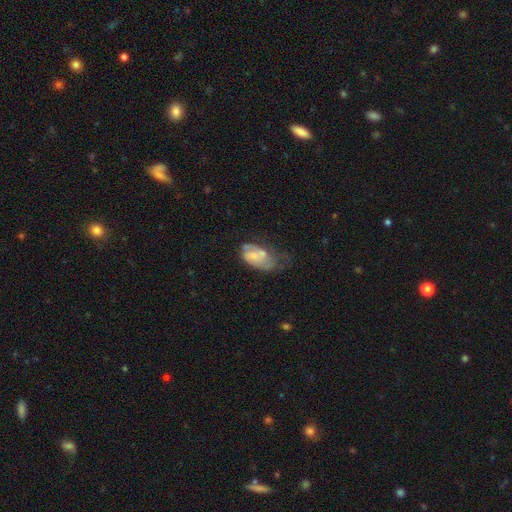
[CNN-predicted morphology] Smooth or featured? Predicted: featured or disk (p=0.49). Merging? Predicted: major disturbance (p=0.34).